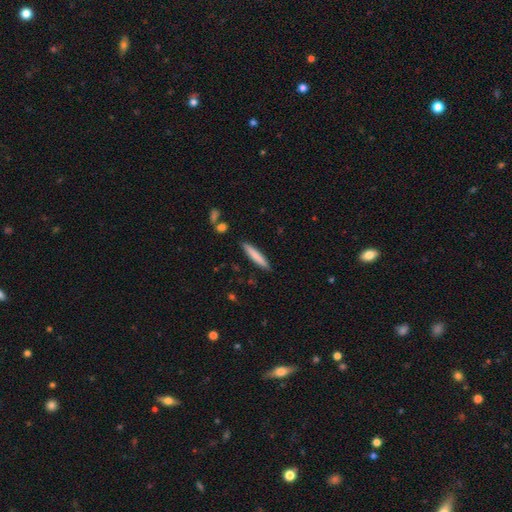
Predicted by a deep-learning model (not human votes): smooth_or_featured: smooth (p=0.76) [alt: featured or disk p=0.19]
how_rounded: cigar-shaped (p=0.92) [alt: in between p=0.06]
merging: none (p=0.89) [alt: minor disturbance p=0.08]